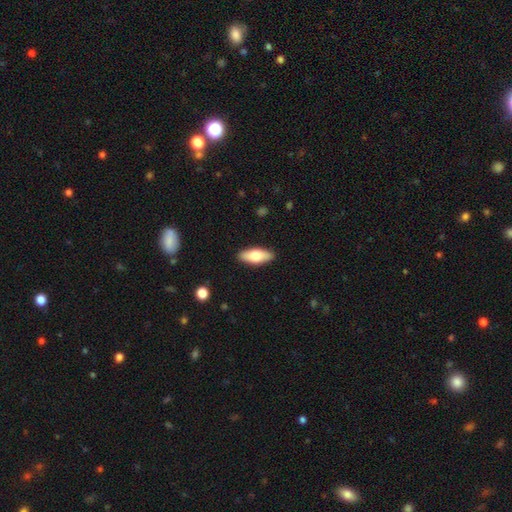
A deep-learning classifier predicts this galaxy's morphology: type=smooth (68%); roundness=in between (75%); merging=none (89%).